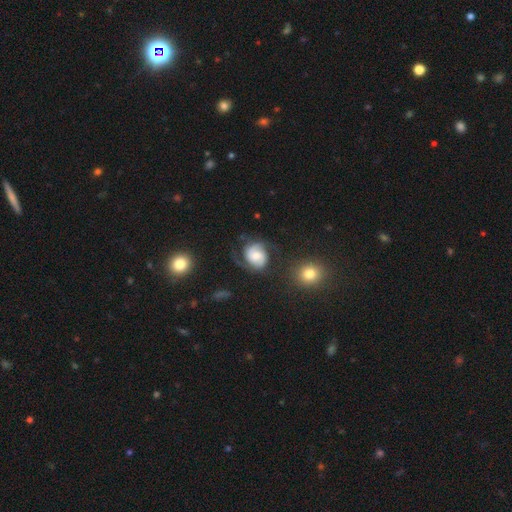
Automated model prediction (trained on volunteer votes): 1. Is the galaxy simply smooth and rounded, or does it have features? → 69% featured or disk, 23% smooth, 8% star or artifact.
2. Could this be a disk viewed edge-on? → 98% no, 2% yes.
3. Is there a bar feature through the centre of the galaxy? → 60% no, 32% weak, 8% strong.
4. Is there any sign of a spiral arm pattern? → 93% yes, 7% no.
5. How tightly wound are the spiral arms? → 45% medium, 34% tight, 21% loose.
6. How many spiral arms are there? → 85% 2, 6% can't tell, 5% 1, 2% 3, 1% 4, 1% more than 4.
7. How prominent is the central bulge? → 45% moderate, 31% small, 15% large, 6% none, 4% dominant.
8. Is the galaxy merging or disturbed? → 60% none, 22% minor disturbance, 14% major disturbance, 4% merger.